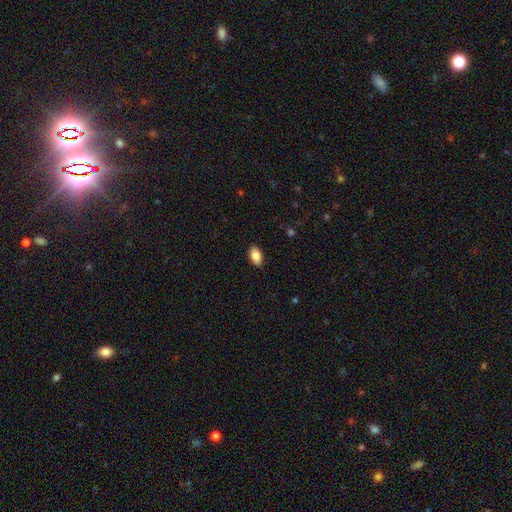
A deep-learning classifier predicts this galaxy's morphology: smooth_or_featured: smooth (p=0.86) [alt: featured or disk p=0.07]
how_rounded: in between (p=0.93) [alt: round p=0.05]
merging: none (p=0.89) [alt: minor disturbance p=0.08]